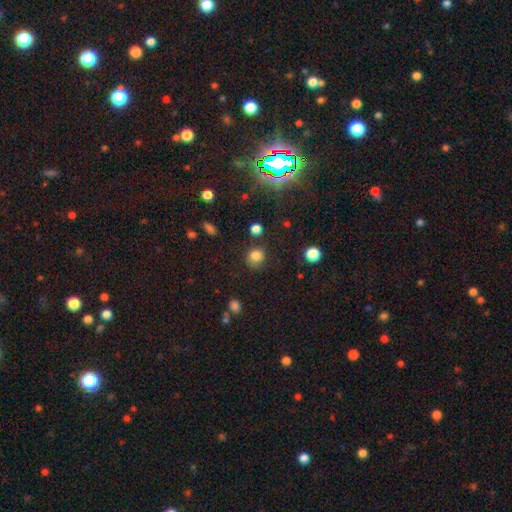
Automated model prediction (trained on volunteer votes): smooth_or_featured: smooth (p=0.80) [alt: star or artifact p=0.13]
how_rounded: round (p=0.87) [alt: in between p=0.12]
merging: none (p=0.73) [alt: minor disturbance p=0.16]